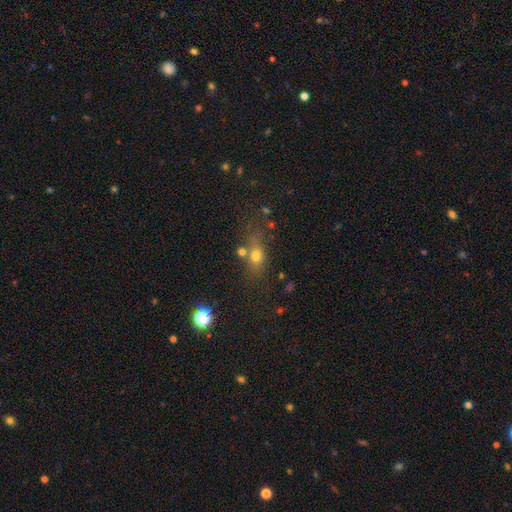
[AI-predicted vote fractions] This is likely a smooth galaxy (68%). How rounded: possibly in between (57%). Merging: possibly none (55%).